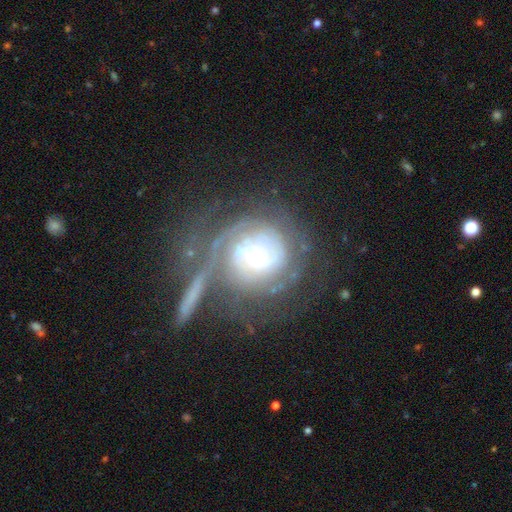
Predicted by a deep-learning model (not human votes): Overall: featured or disk (81%). Edge-on disk: no (97%). Bar: no (64%; weak 27%). Spiral arms: yes (92%). Spiral arm count: can't tell (35%; 2 34%). Spiral winding: tight (72%). Bulge size: small (54%; moderate 32%). Merging: none (44%; merger 21%).